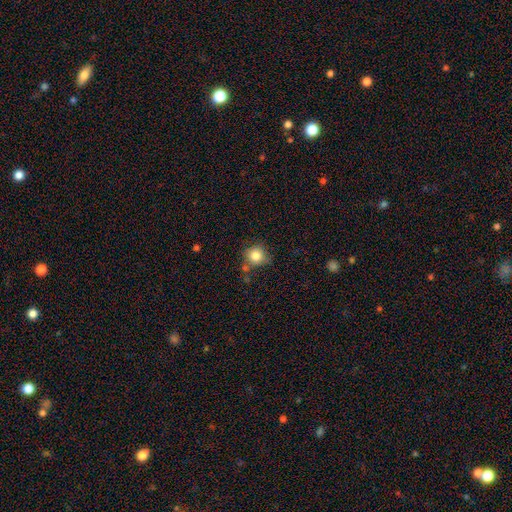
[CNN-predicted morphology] Smooth or featured: smooth — 82% (star or artifact — 11%)
How rounded: round — 90% (in between — 9%)
Merging: none — 68% (minor disturbance — 17%)